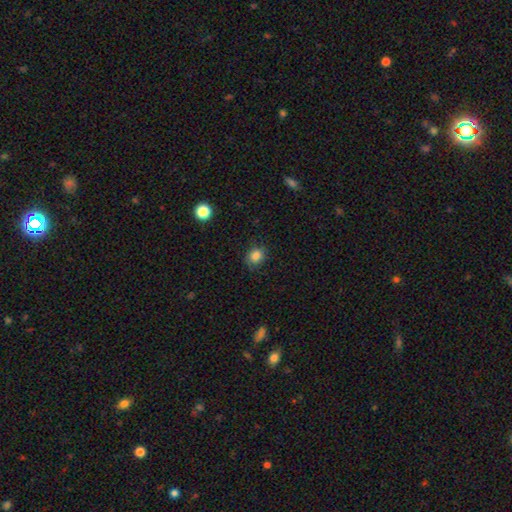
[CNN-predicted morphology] Smooth or featured? smooth (82%)
How rounded? round (68%)
Merging? none (77%)